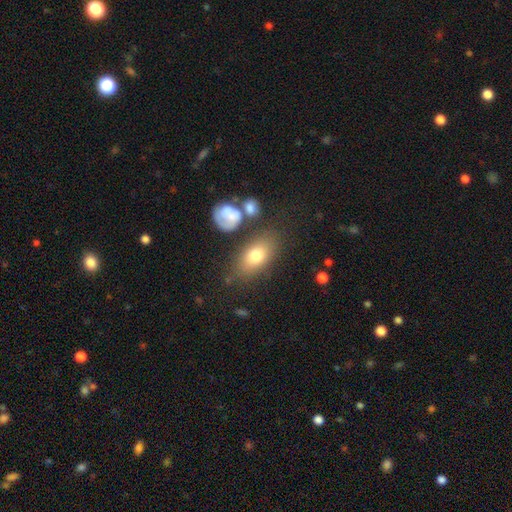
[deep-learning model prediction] smooth_or_featured: smooth (p=0.74) [alt: featured or disk p=0.16]
how_rounded: in between (p=0.84) [alt: round p=0.12]
merging: none (p=0.71) [alt: minor disturbance p=0.15]